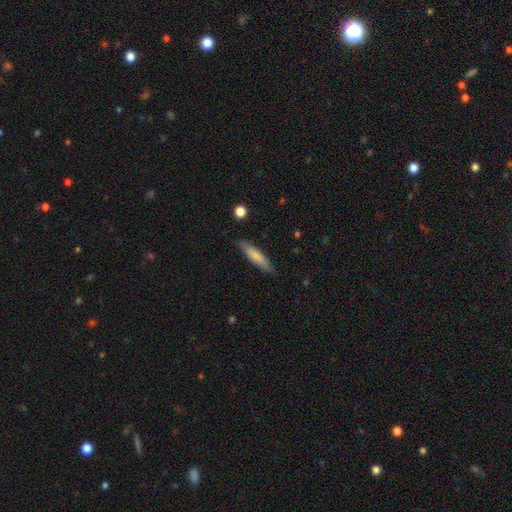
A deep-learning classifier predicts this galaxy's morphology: Overall: smooth (74%). How rounded: cigar-shaped (84%). Merging: none (86%).